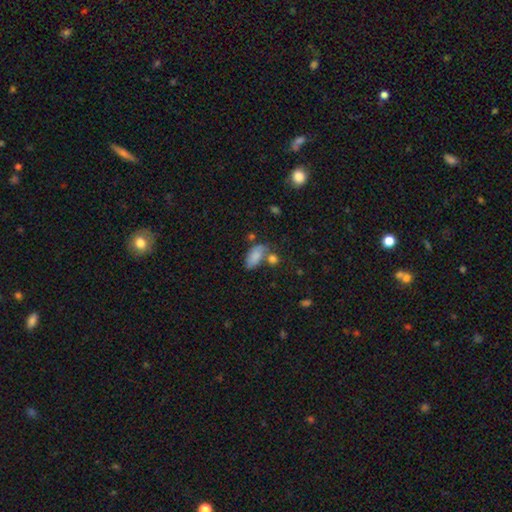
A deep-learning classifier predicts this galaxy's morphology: Smooth or featured?
  - smooth: 82% *
  - featured or disk: 10%
  - star or artifact: 8%
How rounded?
  - in between: 90% *
  - cigar-shaped: 6%
  - round: 4%
Merging?
  - none: 51% *
  - minor disturbance: 21%
  - merger: 21%
  - major disturbance: 8%